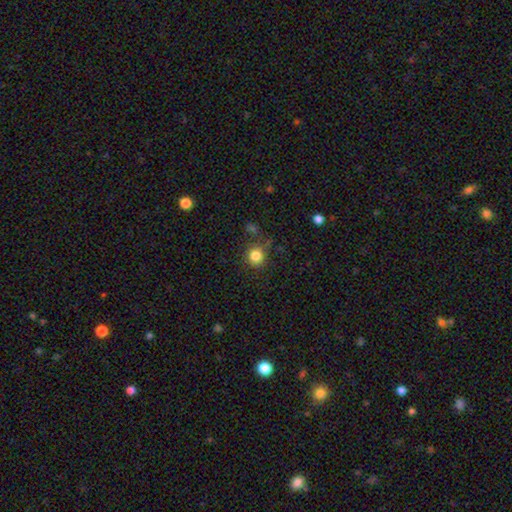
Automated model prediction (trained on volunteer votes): Smooth or featured: smooth — 83% (star or artifact — 12%)
How rounded: round — 91% (in between — 8%)
Merging: none — 82% (minor disturbance — 11%)